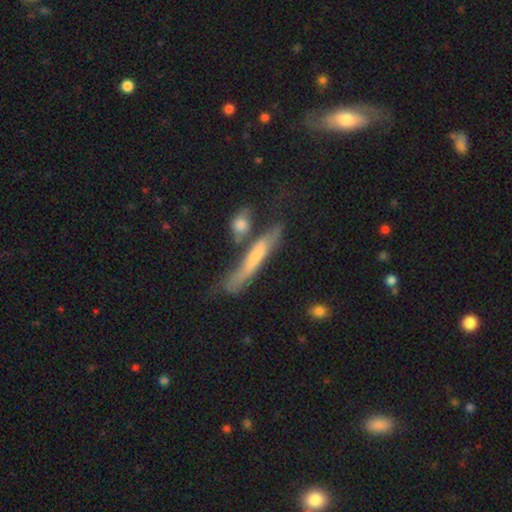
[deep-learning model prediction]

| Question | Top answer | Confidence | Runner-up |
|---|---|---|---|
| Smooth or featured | featured or disk | 47% | smooth (46%) |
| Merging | none | 44% | merger (23%) |